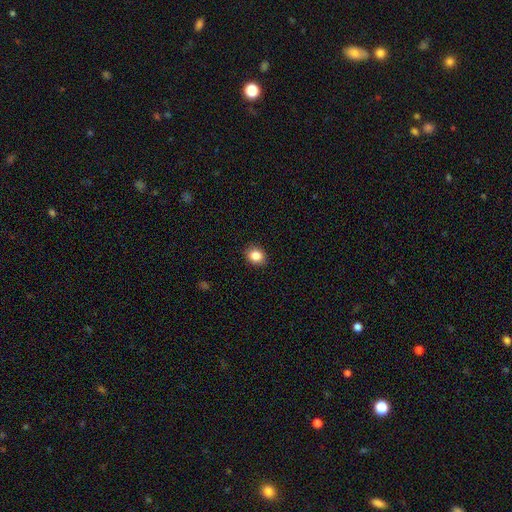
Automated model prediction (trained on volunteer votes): Smooth or featured: smooth — 86% (star or artifact — 10%)
How rounded: round — 61% (in between — 38%)
Merging: none — 90% (minor disturbance — 7%)